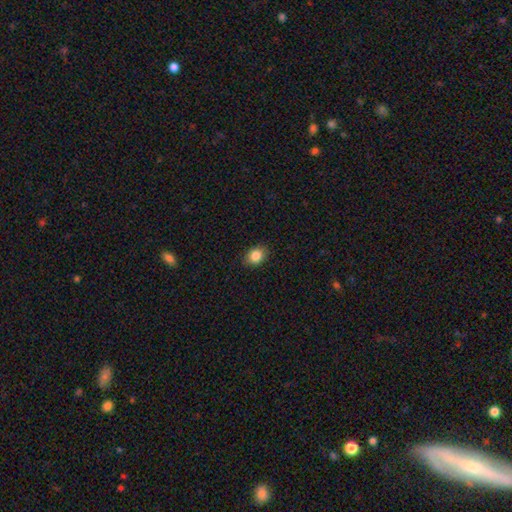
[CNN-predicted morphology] smooth_or_featured: smooth (p=0.86) [alt: star or artifact p=0.09]
how_rounded: in between (p=0.51) [alt: round p=0.48]
merging: none (p=0.88) [alt: minor disturbance p=0.09]